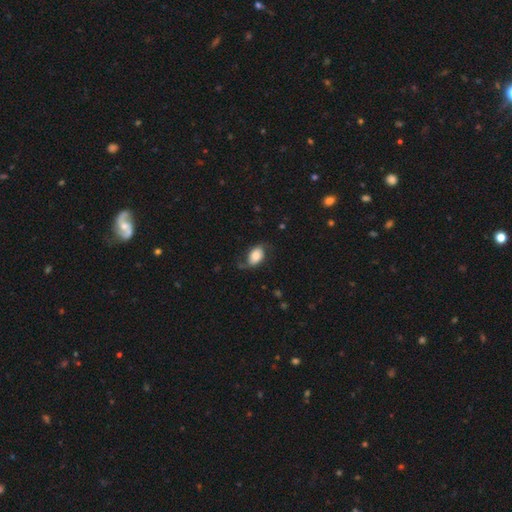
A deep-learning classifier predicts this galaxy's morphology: A smooth galaxy with no disk features (60%) that is in between round and cigar-shaped (85%).

Vote fractions:
- Smooth or featured? smooth: 60% / featured or disk: 33% / star or artifact: 7%
- How rounded? in between: 85% / round: 13% / cigar-shaped: 1%
- Merging? none: 58% / minor disturbance: 25% / major disturbance: 15% / merger: 2%